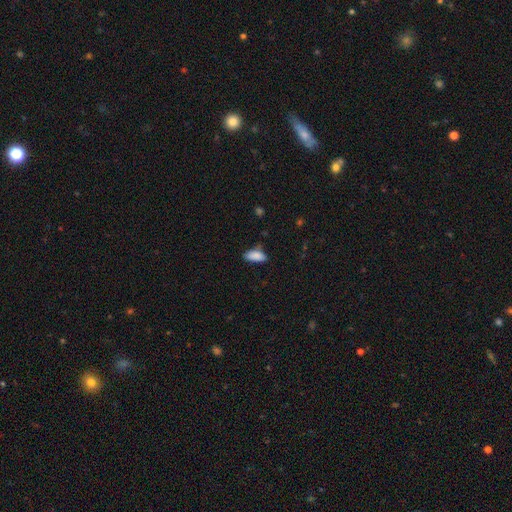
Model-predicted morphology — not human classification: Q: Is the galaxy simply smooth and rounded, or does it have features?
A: smooth — 88%.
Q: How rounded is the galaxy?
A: in between — 84%.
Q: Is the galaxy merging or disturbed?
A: none — 70%.